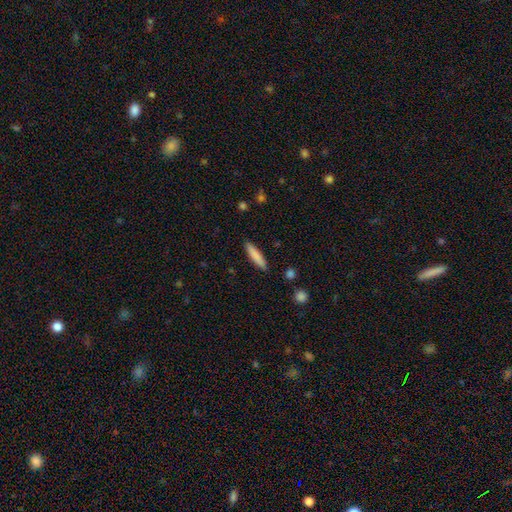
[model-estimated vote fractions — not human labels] smooth-or-featured: smooth: 83% | featured or disk: 11% | star or artifact: 6%
  how-rounded: cigar-shaped: 84% | in between: 15% | round: 1%
  merging: none: 89% | minor disturbance: 8% | major disturbance: 2% | merger: 1%